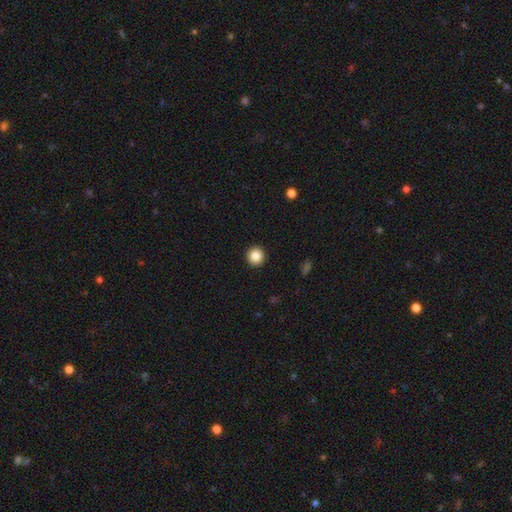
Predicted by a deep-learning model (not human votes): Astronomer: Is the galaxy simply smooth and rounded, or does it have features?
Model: smooth — 86%.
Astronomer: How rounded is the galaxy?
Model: round — 96%.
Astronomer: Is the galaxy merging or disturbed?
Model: none — 94%.